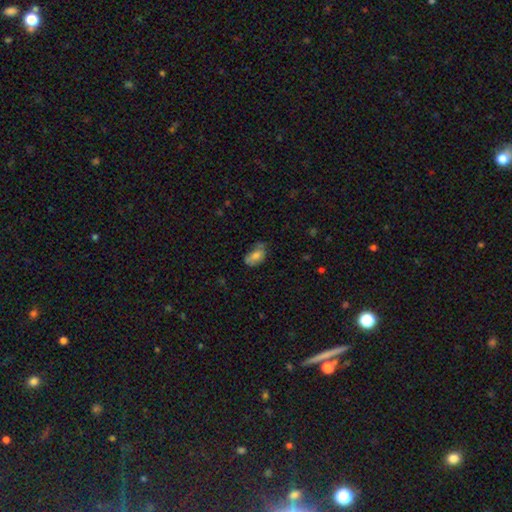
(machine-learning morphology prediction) smooth_or_featured: smooth (p=0.72) [alt: featured or disk p=0.20]
how_rounded: in between (p=0.90) [alt: round p=0.08]
merging: none (p=0.42) [alt: minor disturbance p=0.39]